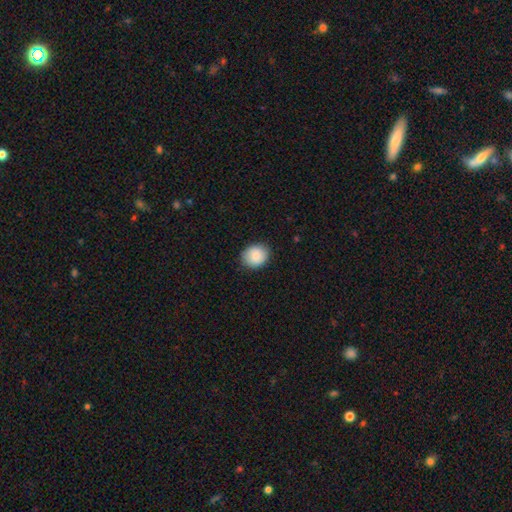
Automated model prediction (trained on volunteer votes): Smooth or featured?
  - smooth: 88% *
  - star or artifact: 7%
  - featured or disk: 5%
How rounded?
  - round: 60% *
  - in between: 39%
  - cigar-shaped: 1%
Merging?
  - none: 87% *
  - minor disturbance: 10%
  - major disturbance: 2%
  - merger: 1%